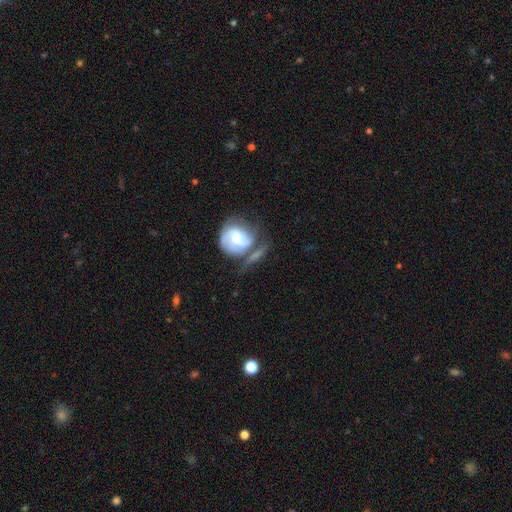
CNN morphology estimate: The model was most divided on "merging": none: 39%, merger: 28%, minor disturbance: 17%, major disturbance: 16%. More confident: edge-on disk — no (85%); smooth or featured — featured or disk (56%).